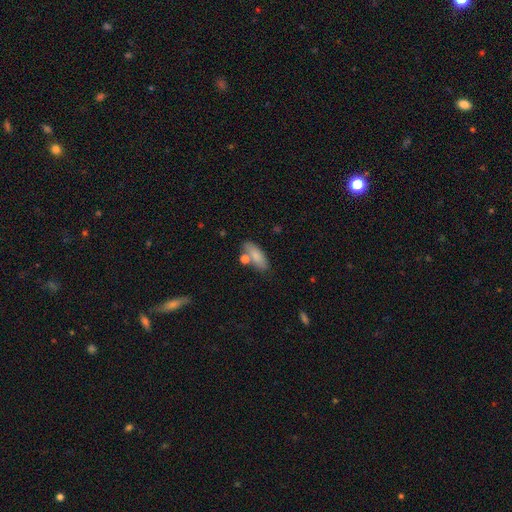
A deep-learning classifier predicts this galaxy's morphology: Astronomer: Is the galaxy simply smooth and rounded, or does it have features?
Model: smooth — 81%.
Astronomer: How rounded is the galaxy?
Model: in between — 73%.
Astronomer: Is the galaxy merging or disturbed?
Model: none — 64%.